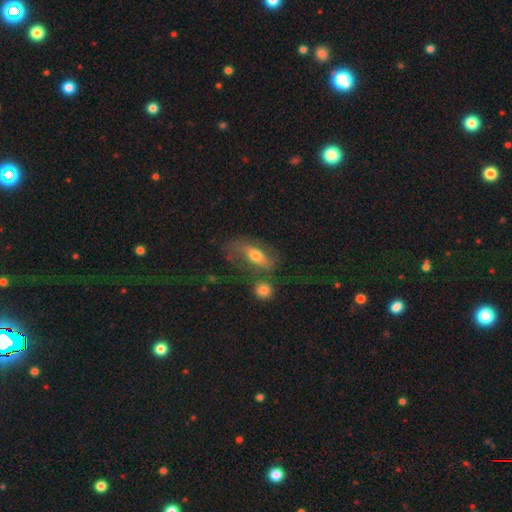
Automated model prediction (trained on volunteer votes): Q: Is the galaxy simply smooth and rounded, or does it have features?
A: smooth — 47%.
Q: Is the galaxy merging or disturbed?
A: none — 49%.